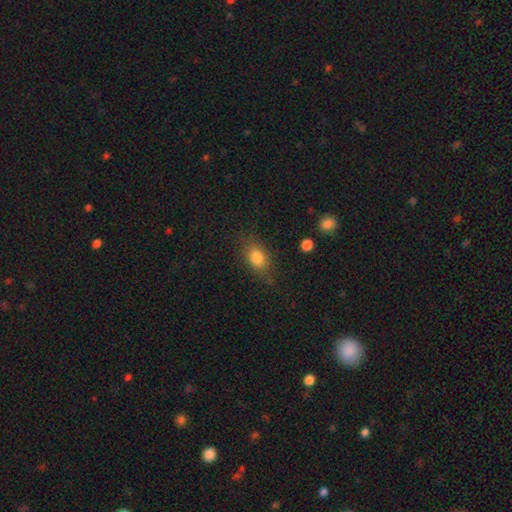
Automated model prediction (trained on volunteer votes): Smooth or featured? smooth (81%)
How rounded? in between (74%)
Merging? none (78%)